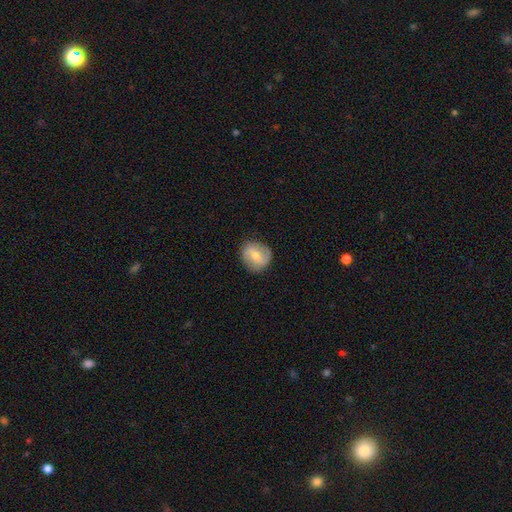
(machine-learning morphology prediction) featured or disk 56%, smooth 38%, star or artifact 6%. Down the decision tree: edge-on disk — no (97%); bar — weak (48%); spiral arms — yes (79%); bulge size — moderate (52%); merging — none (82%).